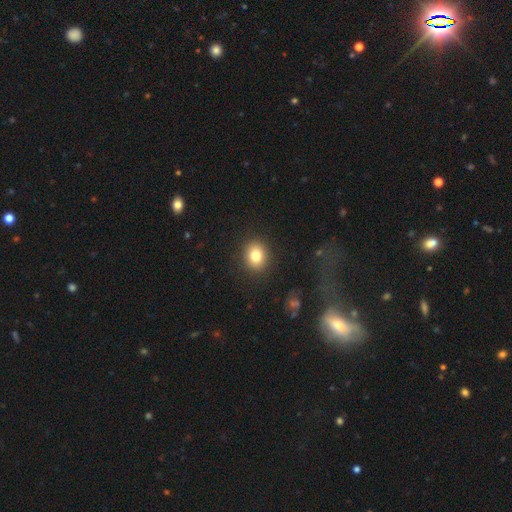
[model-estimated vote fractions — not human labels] Morphology: type=smooth (81%); roundness=round (65%); merging=none (89%).